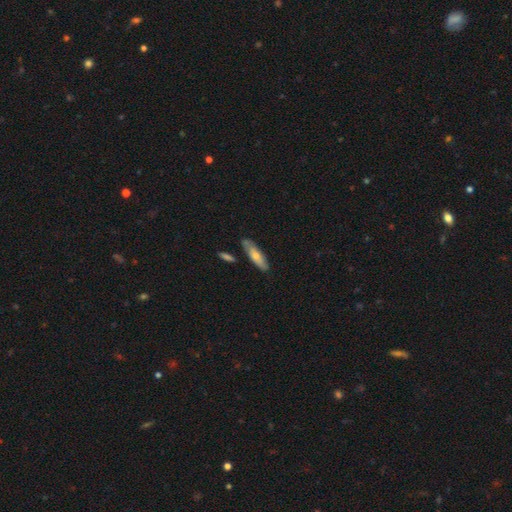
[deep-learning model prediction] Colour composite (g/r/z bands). It shows a smooth galaxy with no disk features (52%) that is cigar-shaped (54%). Merging: none (77%).